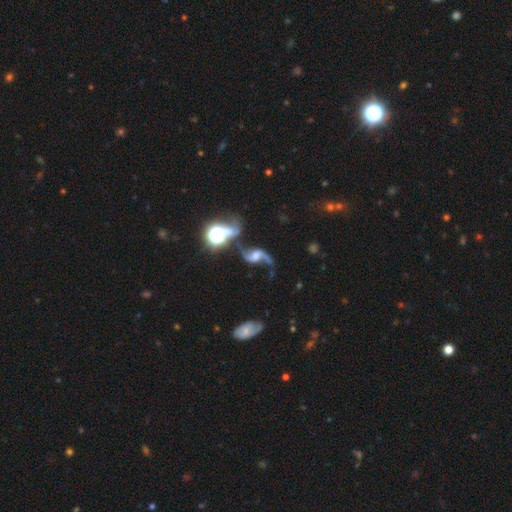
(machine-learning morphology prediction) type=featured or disk (84%); edge-on=no (97%); bar=weak (42%, tied with no); spiral arms=yes (96%); winding=loose (87%); arm count=2 (92%); bulge=moderate (40%); merging=none (56%).